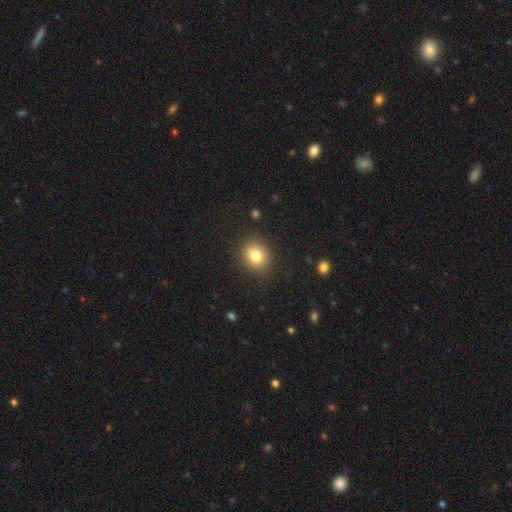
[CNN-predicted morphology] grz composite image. It shows a smooth galaxy with no disk features (80%) that is round (57%). Merging: none (85%).